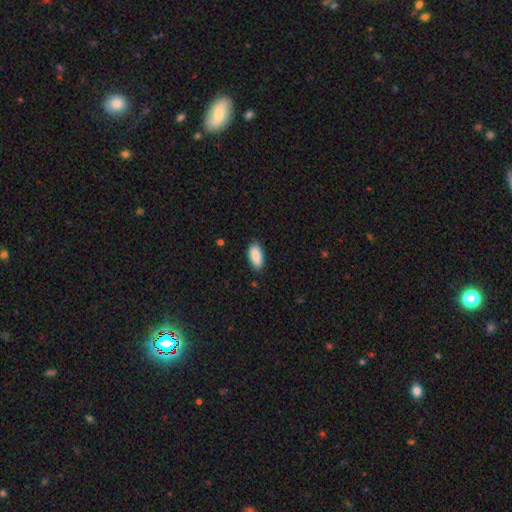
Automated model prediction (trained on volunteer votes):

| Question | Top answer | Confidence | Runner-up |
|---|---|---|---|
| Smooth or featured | smooth | 87% | featured or disk (7%) |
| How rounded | in between | 91% | cigar-shaped (7%) |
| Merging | none | 82% | minor disturbance (14%) |